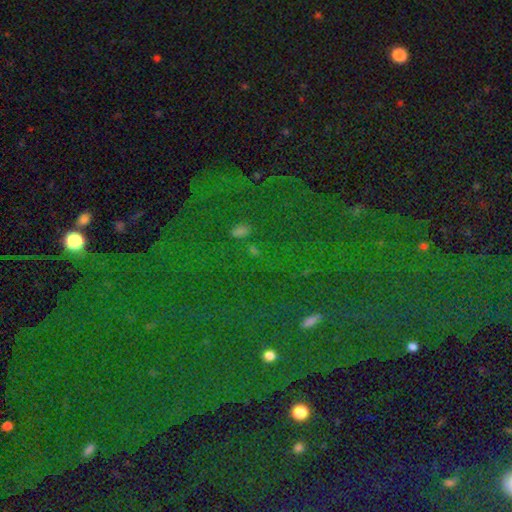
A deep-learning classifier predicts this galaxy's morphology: type=star or artifact (83%).